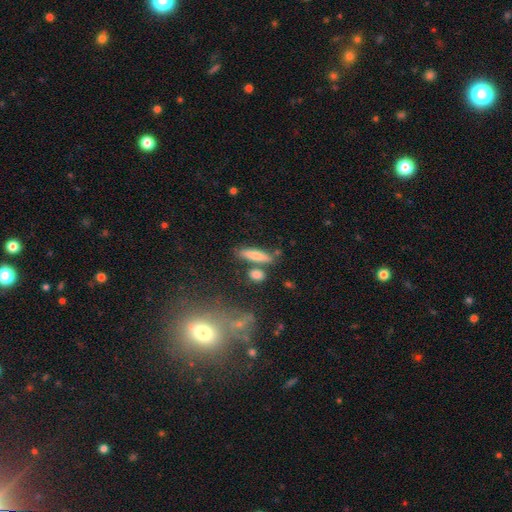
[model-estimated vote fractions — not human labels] Smooth or featured: smooth — 75% (featured or disk — 17%)
How rounded: cigar-shaped — 75% (in between — 22%)
Merging: none — 74% (minor disturbance — 11%)